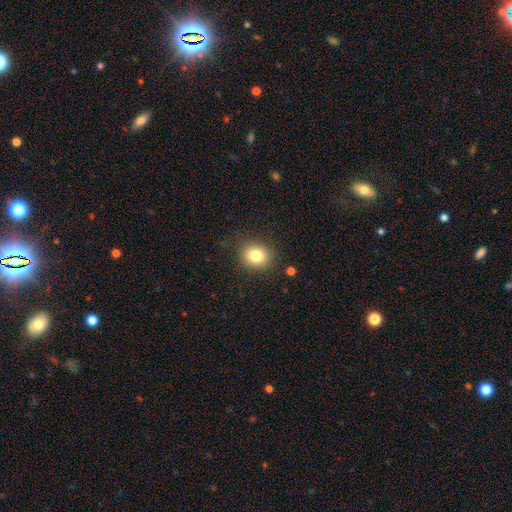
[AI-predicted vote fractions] Smooth or featured?
  - smooth: 81% *
  - star or artifact: 11%
  - featured or disk: 8%
How rounded?
  - round: 71% *
  - in between: 29%
  - cigar-shaped: 1%
Merging?
  - none: 84% *
  - minor disturbance: 11%
  - major disturbance: 4%
  - merger: 2%